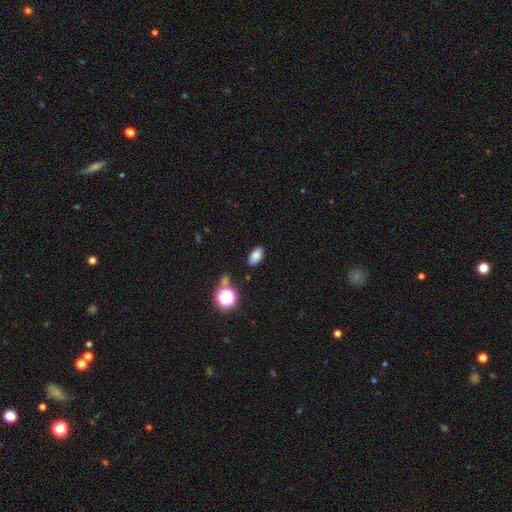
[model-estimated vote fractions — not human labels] A smooth galaxy with no disk features (81%) that is in between round and cigar-shaped (91%).

Vote fractions:
- Smooth or featured? smooth: 81% / star or artifact: 13% / featured or disk: 6%
- How rounded? in between: 91% / round: 7% / cigar-shaped: 3%
- Merging? none: 85% / minor disturbance: 10% / major disturbance: 3% / merger: 3%